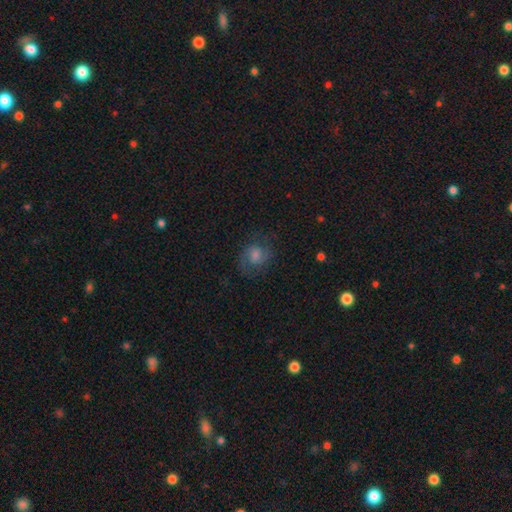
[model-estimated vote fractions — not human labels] smooth-or-featured: featured or disk: 51% | smooth: 34% | star or artifact: 15%
  disk-edge-on: no: 97% | yes: 3%
  merging: none: 72% | minor disturbance: 17% | major disturbance: 10% | merger: 1%